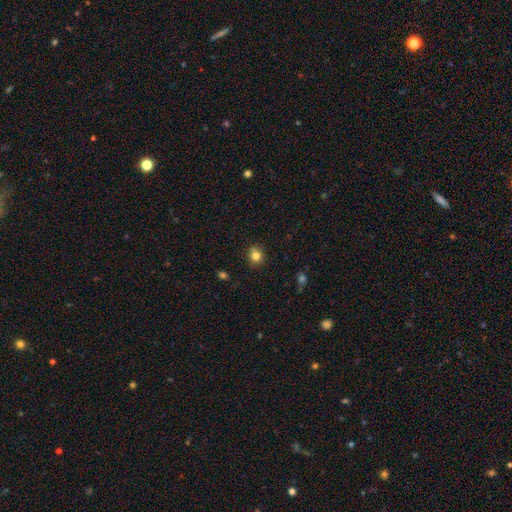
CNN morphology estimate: Smooth or featured? Predicted: smooth (p=0.82). How rounded? Predicted: round (p=0.81). Merging? Predicted: none (p=0.88).